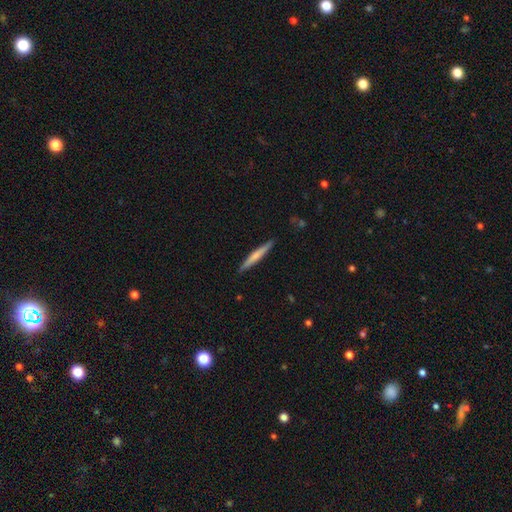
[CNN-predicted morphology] Smooth or featured? smooth (59%)
How rounded? cigar-shaped (96%)
Merging? none (89%)